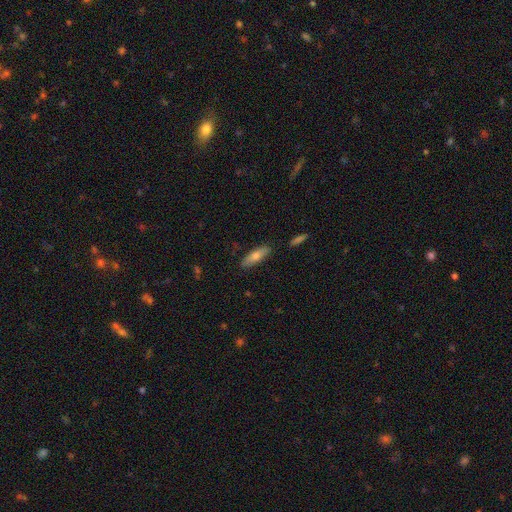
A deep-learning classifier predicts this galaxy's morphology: smooth_or_featured: smooth (p=0.68) [alt: featured or disk p=0.25]
how_rounded: cigar-shaped (p=0.52) [alt: in between p=0.46]
merging: none (p=0.85) [alt: minor disturbance p=0.10]